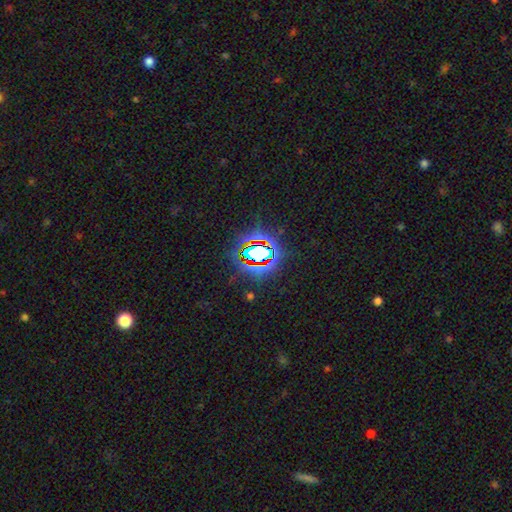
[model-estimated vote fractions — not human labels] Smooth or featured: star or artifact — 80% (smooth — 12%)